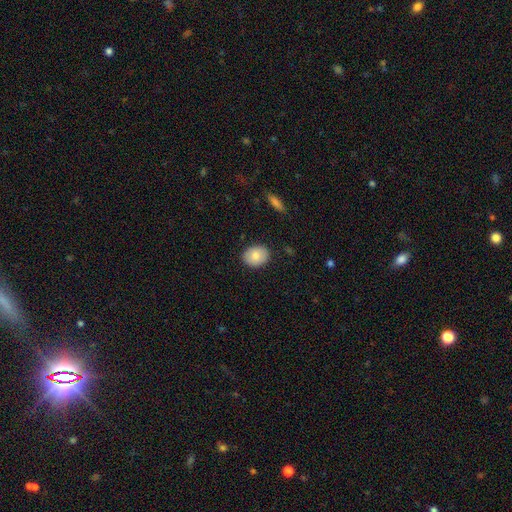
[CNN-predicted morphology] This is likely a smooth galaxy (79%). How rounded: possibly in between (59%). Merging: clearly none (88%).